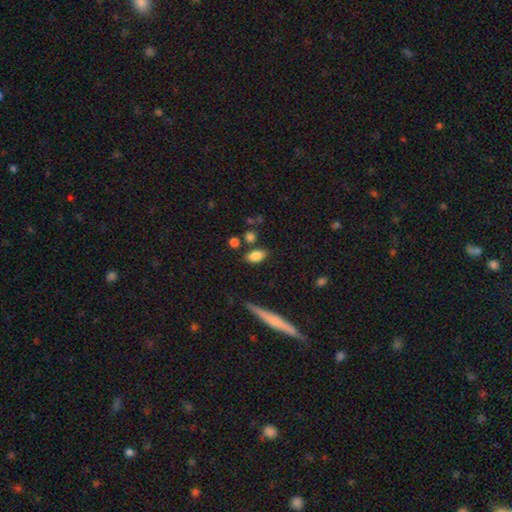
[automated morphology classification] smooth 83%, featured or disk 9%, star or artifact 8%. Down the decision tree: how rounded — in between (86%); merging — none (75%).